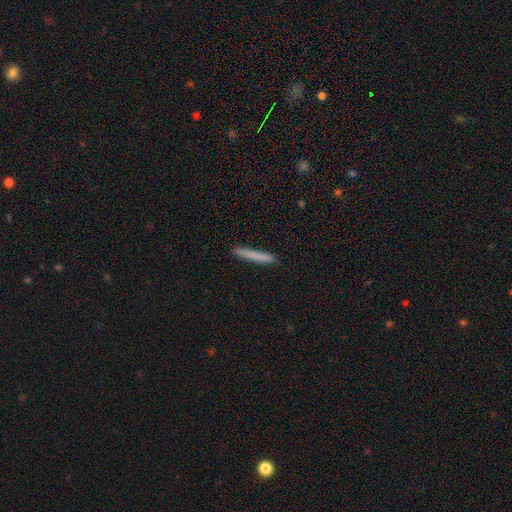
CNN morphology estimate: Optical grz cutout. It shows a smooth galaxy with no disk features (78%) that is cigar-shaped (97%). Merging: none (90%).